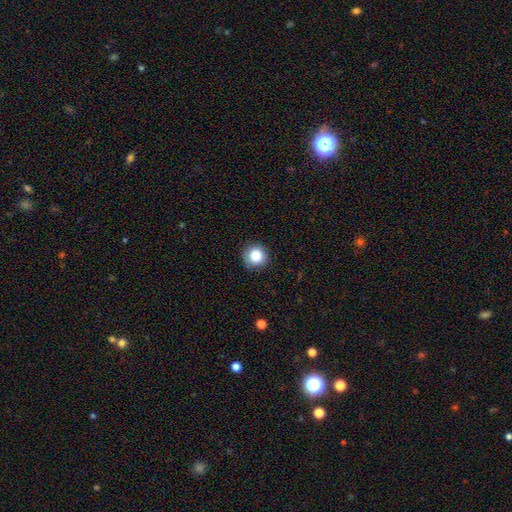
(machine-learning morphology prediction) A smooth galaxy with no disk features (85%) that is round (93%).

Vote fractions:
- Smooth or featured? smooth: 85% / star or artifact: 10% / featured or disk: 5%
- How rounded? round: 93% / in between: 6% / cigar-shaped: 1%
- Merging? none: 87% / minor disturbance: 10% / major disturbance: 2% / merger: 1%